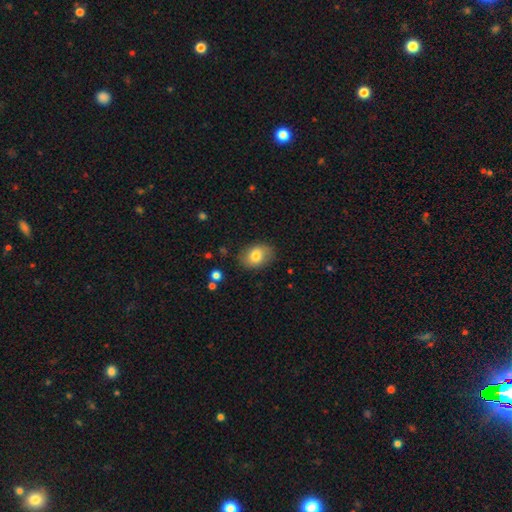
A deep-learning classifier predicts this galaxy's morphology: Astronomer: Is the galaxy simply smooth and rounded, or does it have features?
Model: smooth — 79%.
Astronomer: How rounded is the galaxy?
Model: in between — 73%.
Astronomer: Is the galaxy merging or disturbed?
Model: none — 81%.